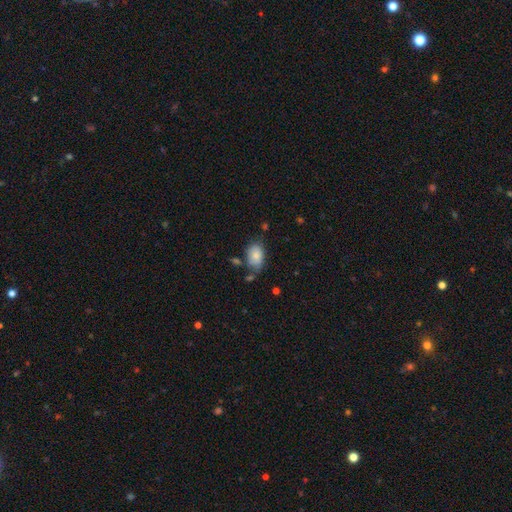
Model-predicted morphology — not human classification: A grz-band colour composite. It shows a smooth galaxy with no disk features (80%) that is in between round and cigar-shaped (87%). Merging: none (56%).